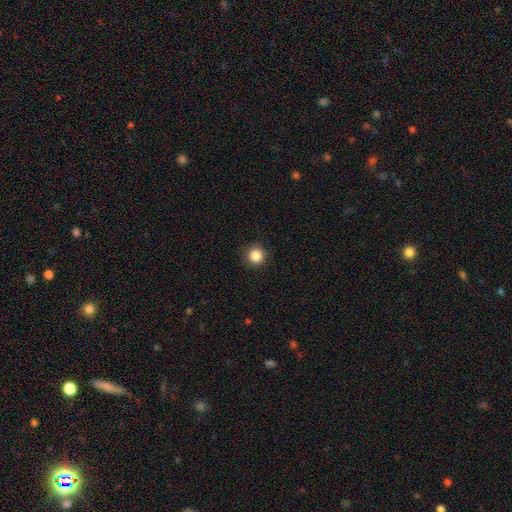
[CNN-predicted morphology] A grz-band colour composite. It shows a smooth galaxy with no disk features (86%) that is round (93%). Merging: none (91%).